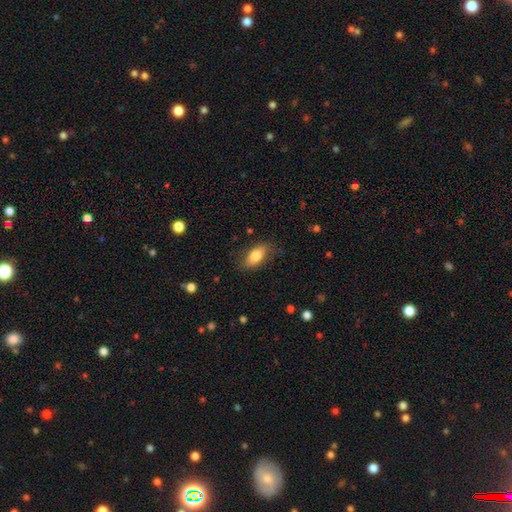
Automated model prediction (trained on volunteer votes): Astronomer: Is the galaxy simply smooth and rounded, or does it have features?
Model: smooth — 79%.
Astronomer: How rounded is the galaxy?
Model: in between — 88%.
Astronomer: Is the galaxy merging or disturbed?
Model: none — 76%.